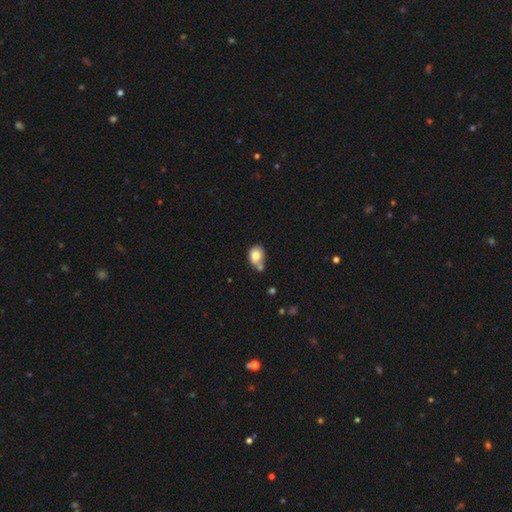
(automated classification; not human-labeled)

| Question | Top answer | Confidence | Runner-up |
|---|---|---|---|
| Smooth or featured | smooth | 79% | featured or disk (13%) |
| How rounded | in between | 55% | round (44%) |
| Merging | none | 38% | merger (36%) |